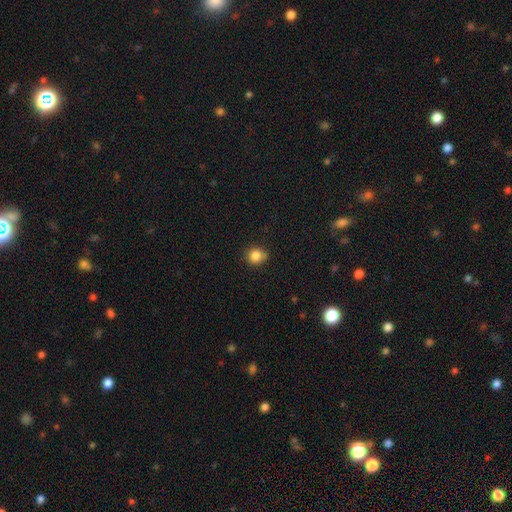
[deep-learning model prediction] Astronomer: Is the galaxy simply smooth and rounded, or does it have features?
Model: smooth — 84%.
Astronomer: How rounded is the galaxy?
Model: round — 85%.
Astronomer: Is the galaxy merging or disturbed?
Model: none — 74%.